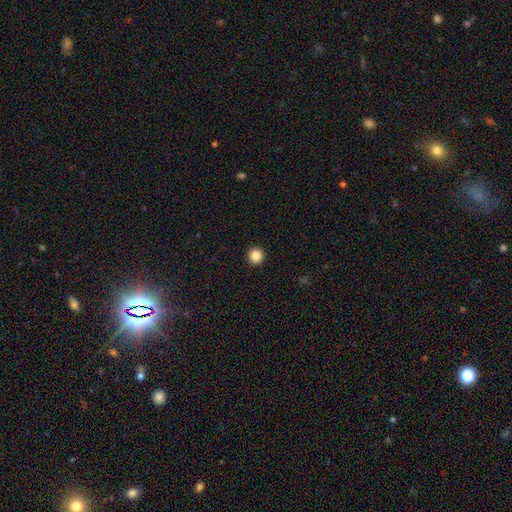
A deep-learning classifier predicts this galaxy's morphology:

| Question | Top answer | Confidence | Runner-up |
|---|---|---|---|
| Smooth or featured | smooth | 85% | star or artifact (11%) |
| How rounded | round | 96% | in between (3%) |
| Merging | none | 94% | minor disturbance (4%) |